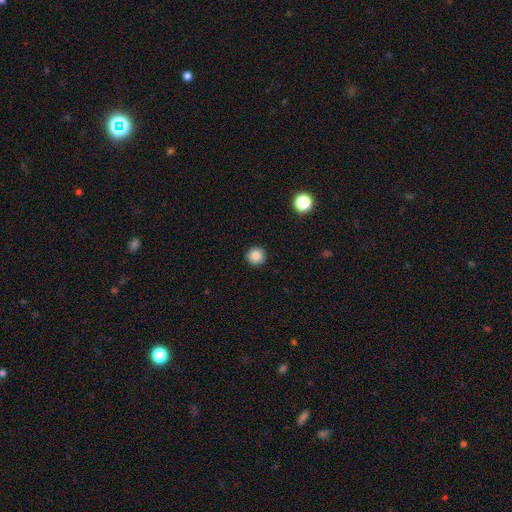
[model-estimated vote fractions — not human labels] This is clearly a smooth galaxy (86%). How rounded: clearly round (95%). Merging: clearly none (92%).